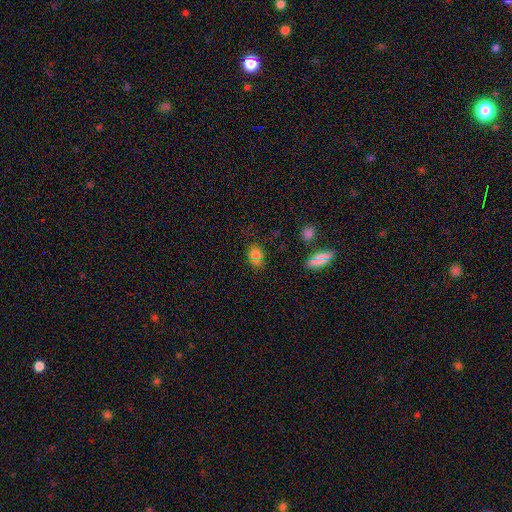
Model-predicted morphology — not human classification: Q: Smooth or featured?
A: smooth (73%); runner-up: star or artifact (20%)
Q: How rounded?
A: in between (69%); runner-up: round (29%)
Q: Merging?
A: none (77%); runner-up: minor disturbance (15%)